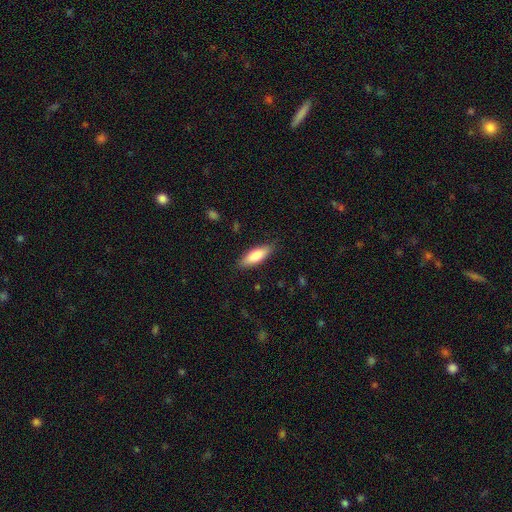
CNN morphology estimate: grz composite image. It shows a smooth galaxy with no disk features (81%) that is in between round and cigar-shaped (63%). Merging: none (85%).